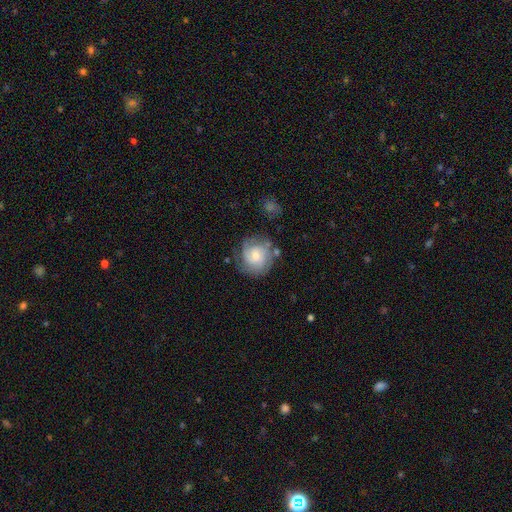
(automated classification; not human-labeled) Smooth or featured: featured or disk — 61% (smooth — 31%)
Edge-on disk: no — 97% (yes — 3%)
Bar: no — 68% (weak — 28%)
Spiral arms: yes — 86% (no — 14%)
Spiral winding: tight — 57% (medium — 32%)
Spiral arm count: can't tell — 35% (2 — 28%)
Bulge size: moderate — 55% (small — 39%)
Merging: none — 68% (minor disturbance — 19%)